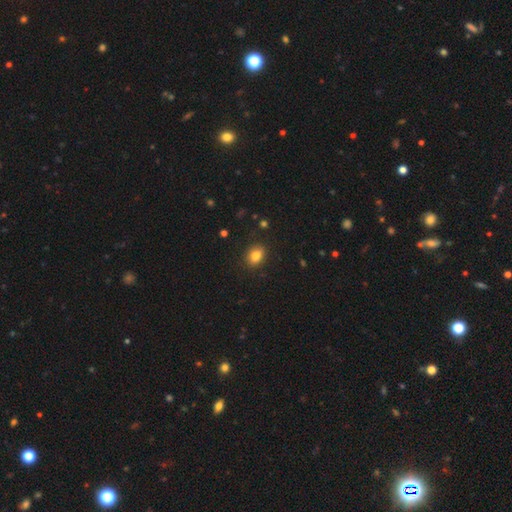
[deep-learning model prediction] A smooth galaxy with no disk features (84%) that is in between round and cigar-shaped (67%).

Vote fractions:
- Smooth or featured? smooth: 84% / star or artifact: 10% / featured or disk: 7%
- How rounded? in between: 67% / round: 32% / cigar-shaped: 1%
- Merging? none: 88% / minor disturbance: 9% / major disturbance: 2% / merger: 1%